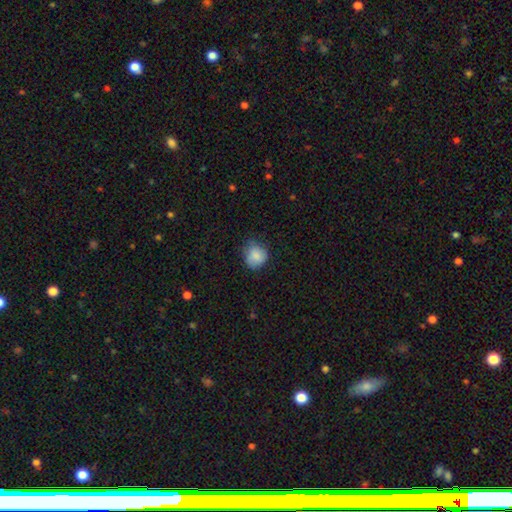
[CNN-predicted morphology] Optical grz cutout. It shows a smooth galaxy with no disk features (85%) that is round (77%). Merging: none (62%).